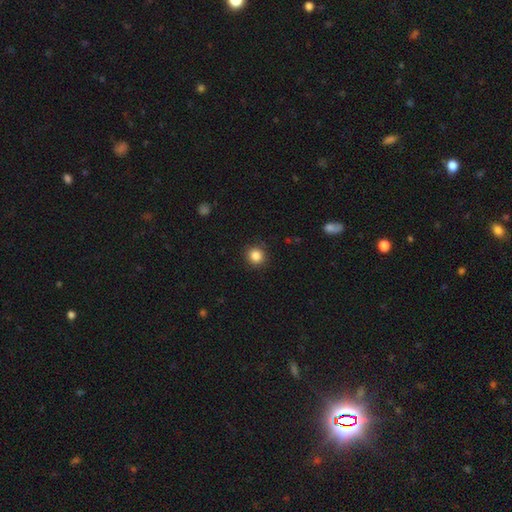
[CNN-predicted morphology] Smooth or featured? Predicted: smooth (p=0.85). How rounded? Predicted: round (p=0.90). Merging? Predicted: none (p=0.90).